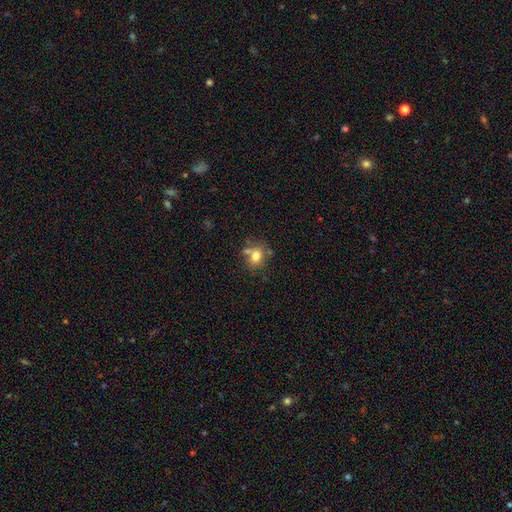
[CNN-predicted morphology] smooth-or-featured: smooth: 74% | featured or disk: 14% | star or artifact: 12%
  how-rounded: round: 54% | in between: 44% | cigar-shaped: 1%
  merging: none: 54% | merger: 20% | minor disturbance: 18% | major disturbance: 7%